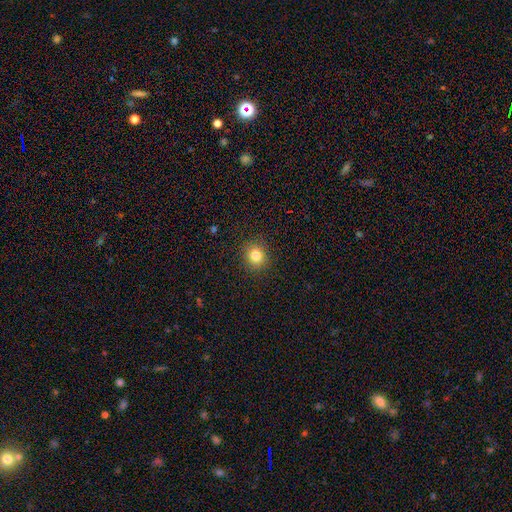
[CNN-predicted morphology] This is clearly a smooth galaxy (83%). How rounded: clearly round (85%). Merging: clearly none (90%).